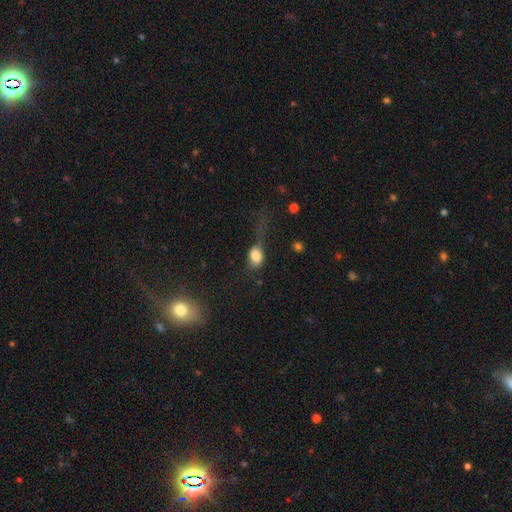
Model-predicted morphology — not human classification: Smooth or featured? Predicted: smooth (p=0.78). How rounded? Predicted: in between (p=0.71). Merging? Predicted: major disturbance (p=0.40).